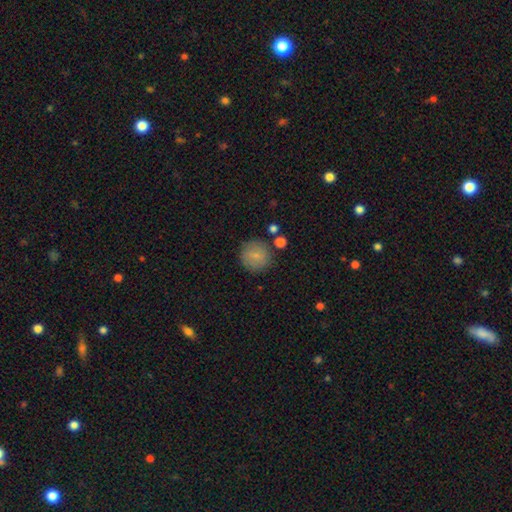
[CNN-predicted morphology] This appears to be a smooth galaxy with no disk features (81%) that is round (92%). Merging: none (79%).